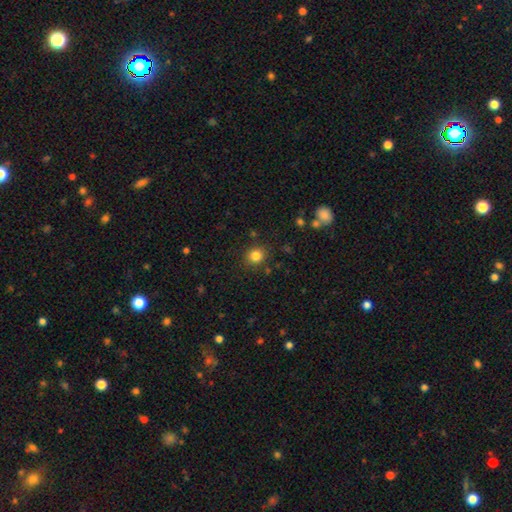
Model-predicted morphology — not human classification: smooth 83%, star or artifact 12%, featured or disk 5%. Down the decision tree: how rounded — round (84%); merging — none (87%).